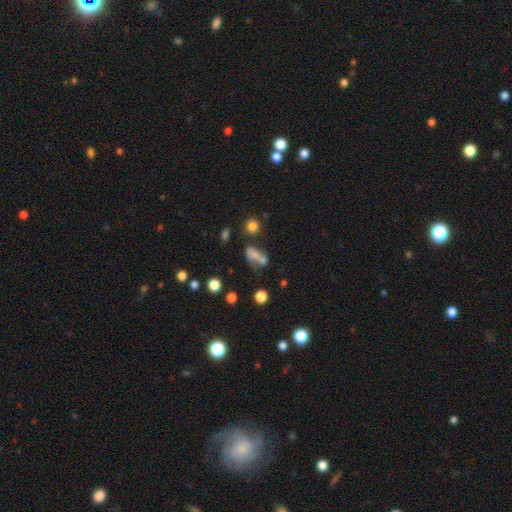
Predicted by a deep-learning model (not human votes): Morphology: type=smooth (61%); roundness=in between (71%); merging=merger (40%).